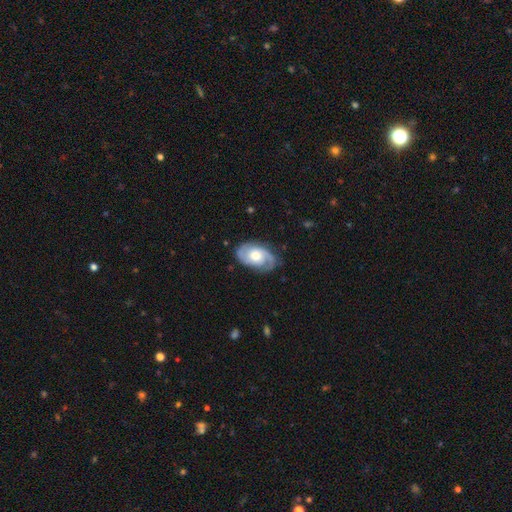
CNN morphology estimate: This appears to be a featured or disk galaxy (82%) with no bar (69%), 2 (86%) medium (44%) spiral arms (94%) and a moderate central bulge (69%). Merging: none (79%).